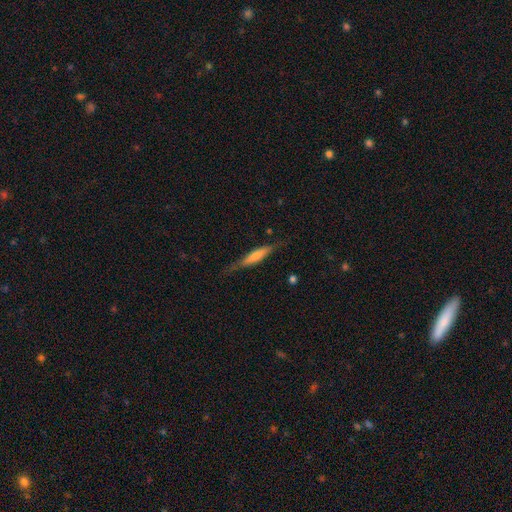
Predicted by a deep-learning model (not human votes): smooth-or-featured: smooth: 50% | featured or disk: 44% | star or artifact: 6%
  merging: none: 71% | minor disturbance: 21% | major disturbance: 7% | merger: 2%